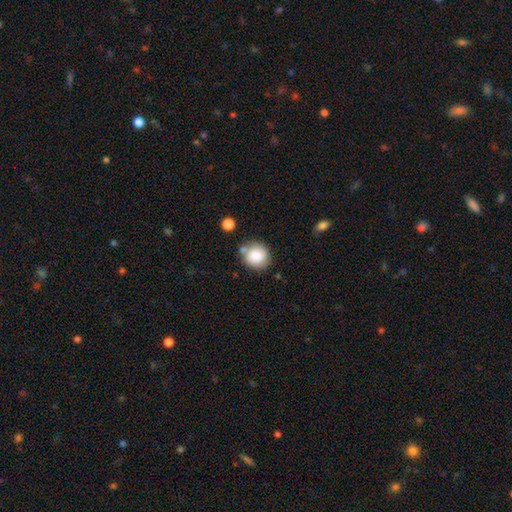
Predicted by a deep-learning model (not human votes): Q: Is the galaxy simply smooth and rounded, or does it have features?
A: smooth — 85%.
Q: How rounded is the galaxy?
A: round — 89%.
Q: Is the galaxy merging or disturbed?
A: none — 69%.